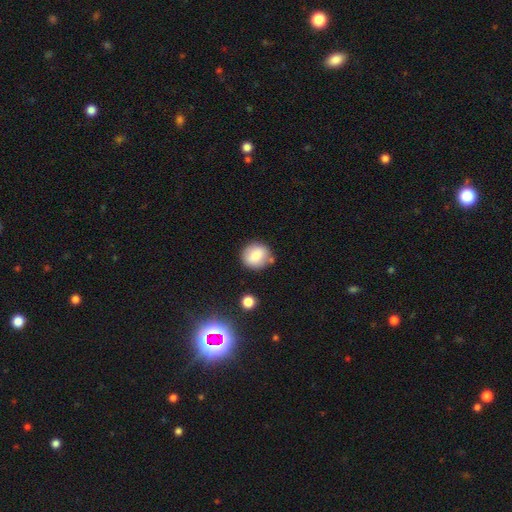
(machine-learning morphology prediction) Smooth or featured?
  - smooth: 80% *
  - featured or disk: 11%
  - star or artifact: 9%
How rounded?
  - round: 80% *
  - in between: 18%
  - cigar-shaped: 1%
Merging?
  - none: 78% *
  - minor disturbance: 13%
  - merger: 6%
  - major disturbance: 3%